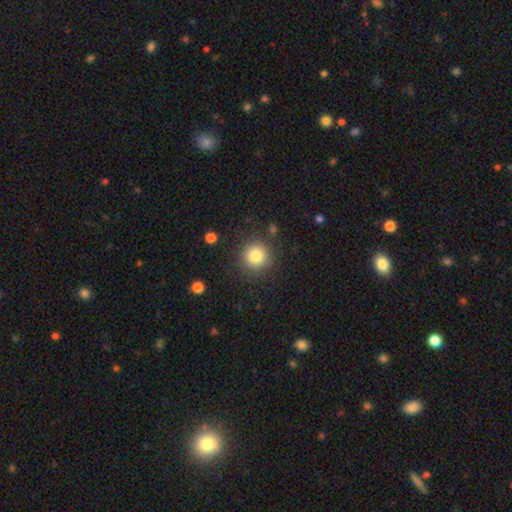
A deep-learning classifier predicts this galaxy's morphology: Overall: smooth (82%). How rounded: round (94%). Merging: none (87%).